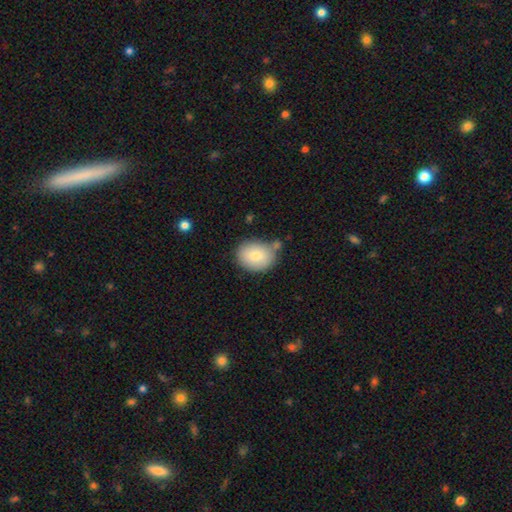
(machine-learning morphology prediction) type=smooth (79%); roundness=in between (58%); merging=none (66%).